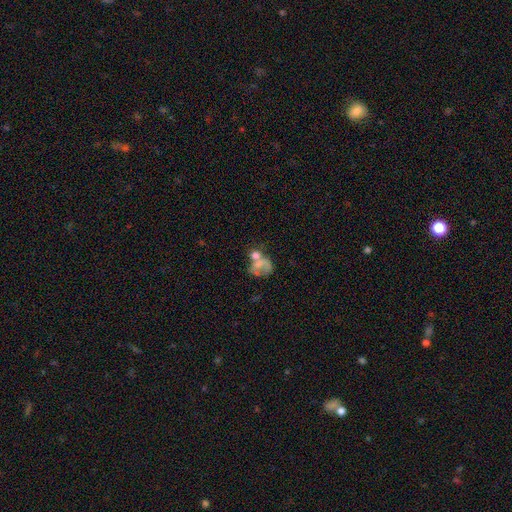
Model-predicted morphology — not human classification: smooth_or_featured: featured or disk (p=0.47) [alt: smooth p=0.30]
merging: none (p=0.39) [alt: merger p=0.31]